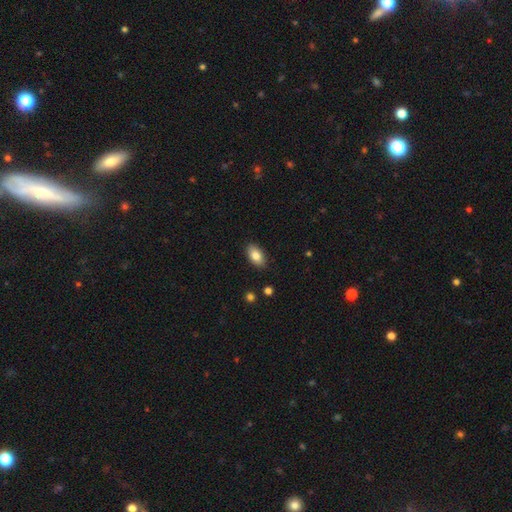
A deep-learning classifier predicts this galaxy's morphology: The model was most divided on "smooth or featured": smooth: 84%, featured or disk: 9%, star or artifact: 7%. More confident: how rounded — in between (92%); merging — none (88%).